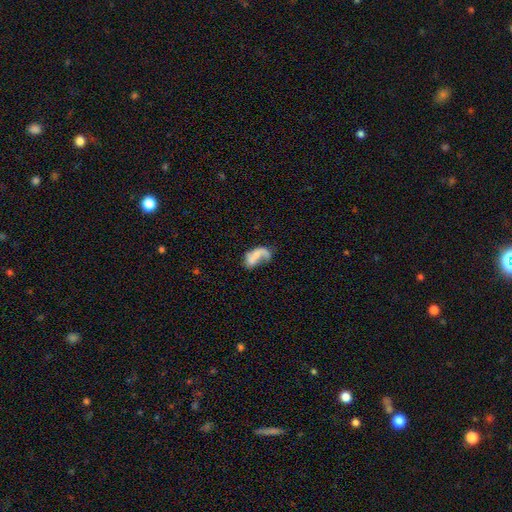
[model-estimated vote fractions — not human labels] The model was most divided on "smooth or featured": featured or disk: 51%, smooth: 40%, star or artifact: 9%. Remaining: edge-on disk — no (96%); merging — major disturbance (41%).